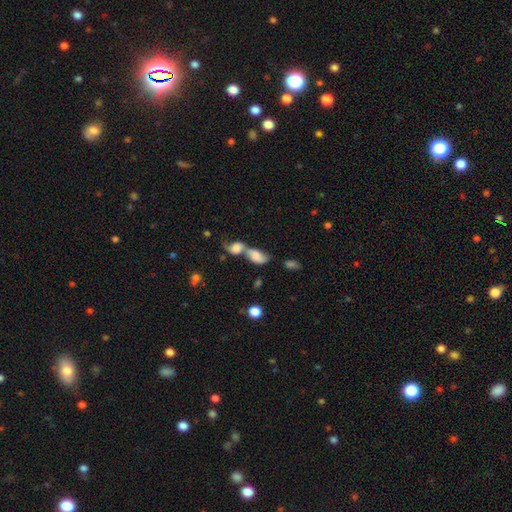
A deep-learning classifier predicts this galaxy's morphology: A smooth galaxy with no disk features (68%) that is in between round and cigar-shaped (84%). Merging: merger (75%).